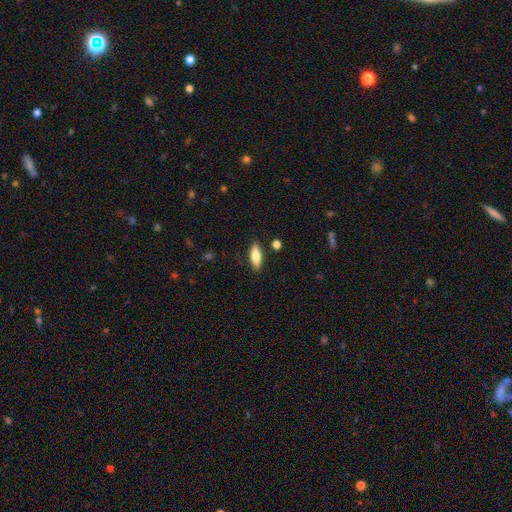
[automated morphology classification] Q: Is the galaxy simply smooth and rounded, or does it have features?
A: smooth — 78%.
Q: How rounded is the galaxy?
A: in between — 66%.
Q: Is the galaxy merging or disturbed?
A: none — 86%.